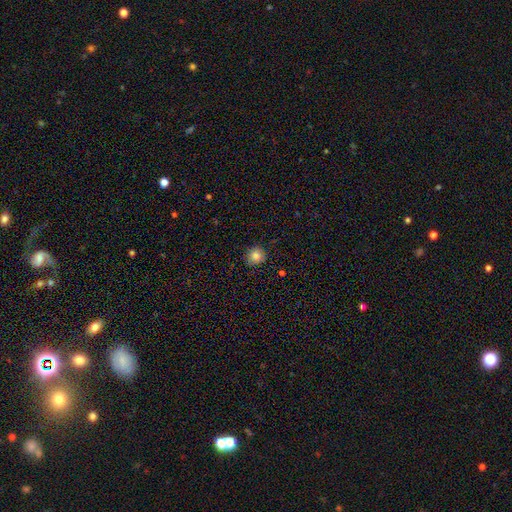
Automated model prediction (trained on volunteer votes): Smooth or featured: smooth — 84% (star or artifact — 10%)
How rounded: round — 91% (in between — 9%)
Merging: none — 89% (minor disturbance — 8%)